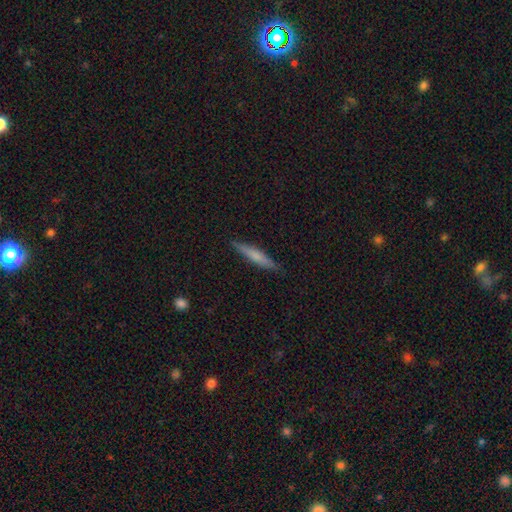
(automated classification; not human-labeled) smooth_or_featured: smooth (p=0.63) [alt: featured or disk p=0.31]
how_rounded: cigar-shaped (p=0.92) [alt: in between p=0.07]
merging: none (p=0.88) [alt: minor disturbance p=0.09]